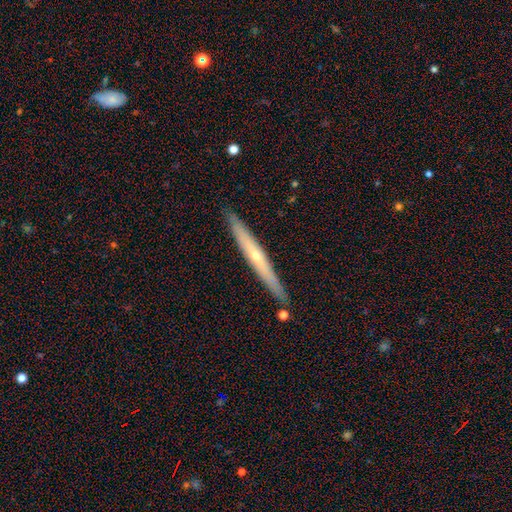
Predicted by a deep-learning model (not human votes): smooth_or_featured: featured or disk (p=0.63) [alt: smooth p=0.31]
disk_edge_on: yes (p=0.94) [alt: no p=0.06]
edge_on_bulge: rounded (p=0.62) [alt: none p=0.36]
merging: none (p=0.90) [alt: minor disturbance p=0.07]